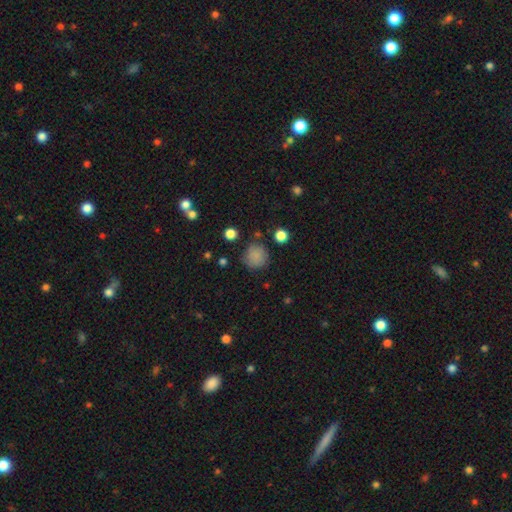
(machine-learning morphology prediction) smooth_or_featured: smooth (p=0.83) [alt: star or artifact p=0.11]
how_rounded: round (p=0.90) [alt: in between p=0.09]
merging: none (p=0.77) [alt: minor disturbance p=0.15]